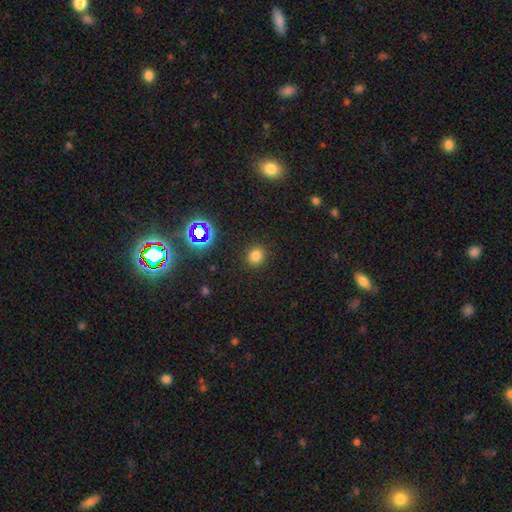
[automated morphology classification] The model was most divided on "smooth or featured": smooth: 77%, star or artifact: 18%, featured or disk: 5%. More confident: merging — none (89%); how rounded — round (83%).